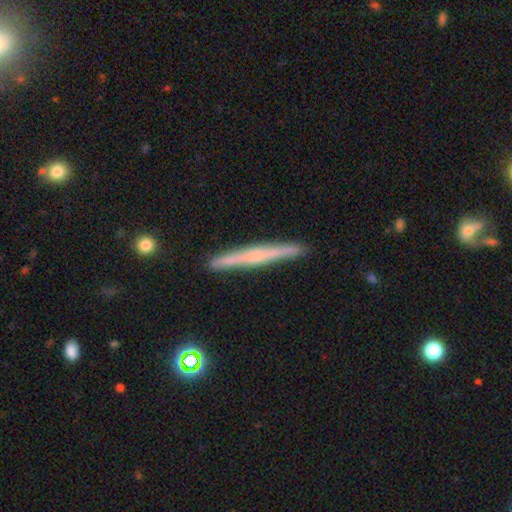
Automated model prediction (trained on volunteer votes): smooth-or-featured: featured or disk: 56% | smooth: 37% | star or artifact: 7%
  disk-edge-on: yes: 97% | no: 3%
    edge-on-bulge: none: 50% | rounded: 38% | boxy: 12%
  merging: none: 91% | minor disturbance: 7% | merger: 1% | major disturbance: 1%